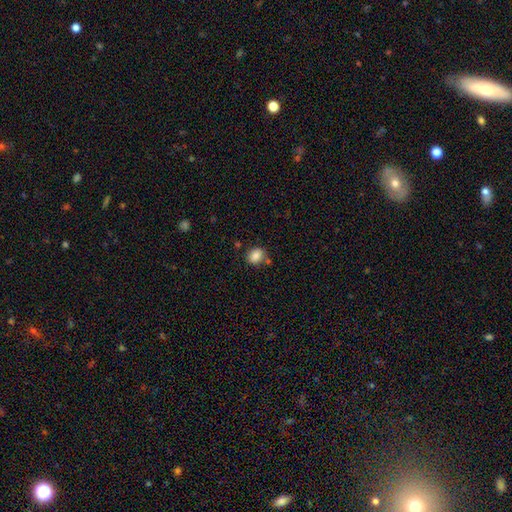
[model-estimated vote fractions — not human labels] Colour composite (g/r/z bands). It shows a smooth galaxy with no disk features (85%) that is round (55%). Merging: none (72%).